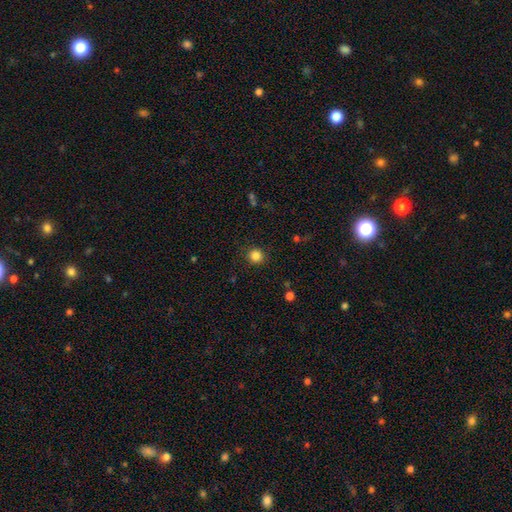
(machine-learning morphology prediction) Smooth or featured: smooth — 84% (star or artifact — 12%)
How rounded: round — 93% (in between — 6%)
Merging: none — 90% (minor disturbance — 7%)